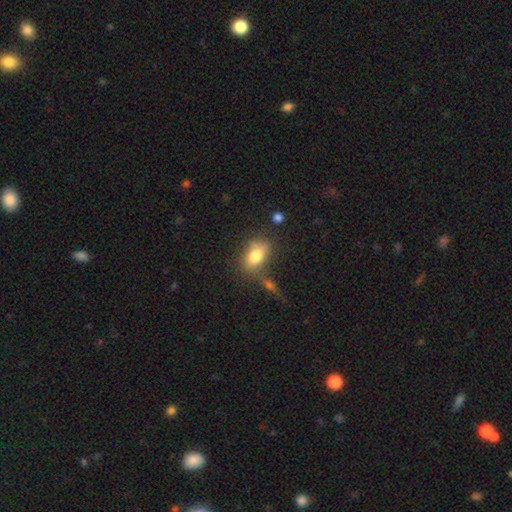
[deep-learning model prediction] Smooth or featured: smooth — 78% (featured or disk — 14%)
How rounded: in between — 83% (round — 14%)
Merging: none — 56% (minor disturbance — 21%)